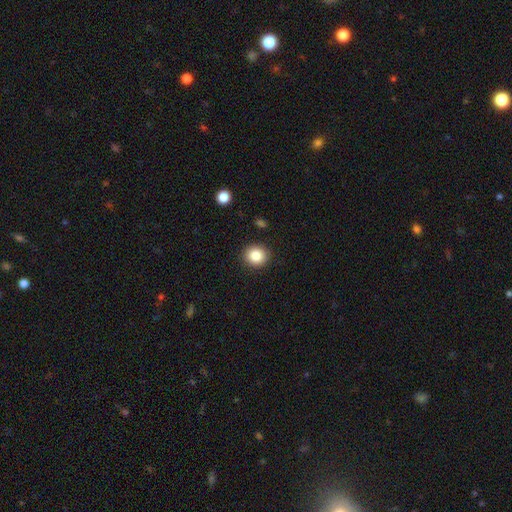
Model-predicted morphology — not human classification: smooth 85%, star or artifact 9%, featured or disk 5%. Down the decision tree: how rounded — round (83%); merging — none (90%).